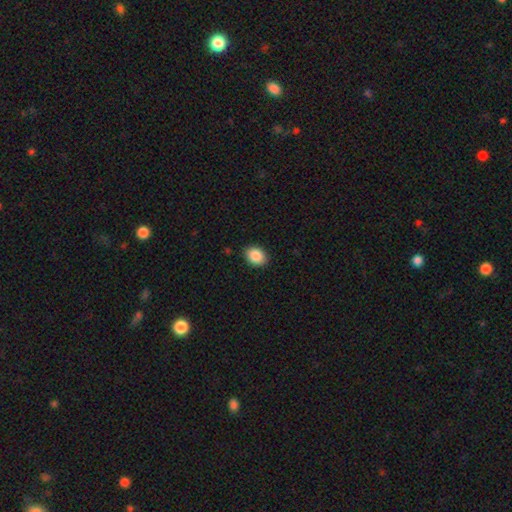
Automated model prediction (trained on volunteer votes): Smooth or featured? Predicted: smooth (p=0.89). How rounded? Predicted: in between (p=0.59). Merging? Predicted: none (p=0.88).